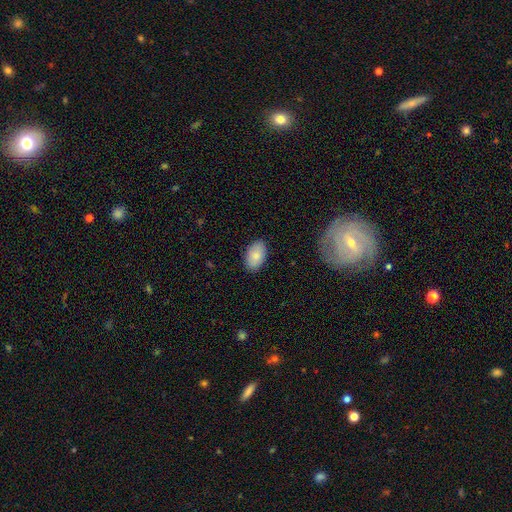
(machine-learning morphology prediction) This appears to be a smooth galaxy with no disk features (85%) that is in between round and cigar-shaped (93%). Merging: none (88%).